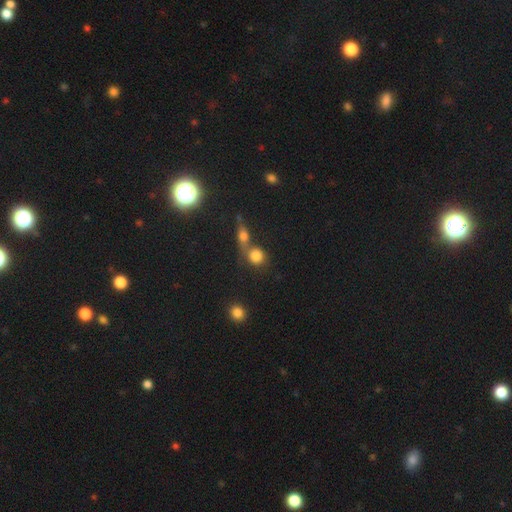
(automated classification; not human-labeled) Overall: smooth (78%). How rounded: round (78%). Merging: merger (46%; none 41%).